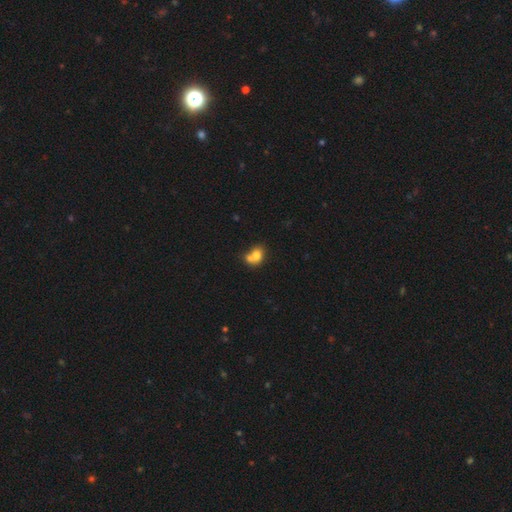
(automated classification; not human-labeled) Q: Smooth or featured?
A: smooth (74%); runner-up: featured or disk (16%)
Q: How rounded?
A: in between (50%); runner-up: round (49%)
Q: Merging?
A: merger (57%); runner-up: none (28%)